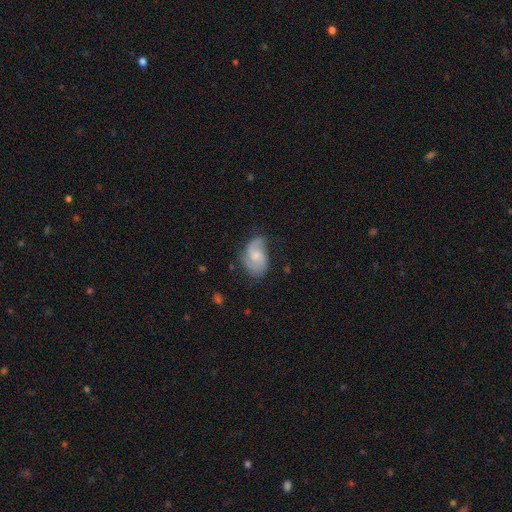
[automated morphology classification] Smooth or featured?
  - featured or disk: 64% *
  - smooth: 29%
  - star or artifact: 7%
Edge-on disk?
  - no: 97% *
  - yes: 3%
Bar?
  - no: 60% *
  - weak: 35%
  - strong: 5%
Spiral arms?
  - yes: 90% *
  - no: 10%
Spiral winding?
  - medium: 45% *
  - loose: 32%
  - tight: 22%
Spiral arm count?
  - 2: 71% *
  - can't tell: 12%
  - 1: 11%
  - 3: 5%
  - 4: 1%
  - more than 4: 1%
Bulge size?
  - moderate: 40% *
  - small: 39%
  - none: 15%
  - large: 5%
  - dominant: 1%
Merging?
  - none: 50% *
  - minor disturbance: 30%
  - major disturbance: 18%
  - merger: 3%